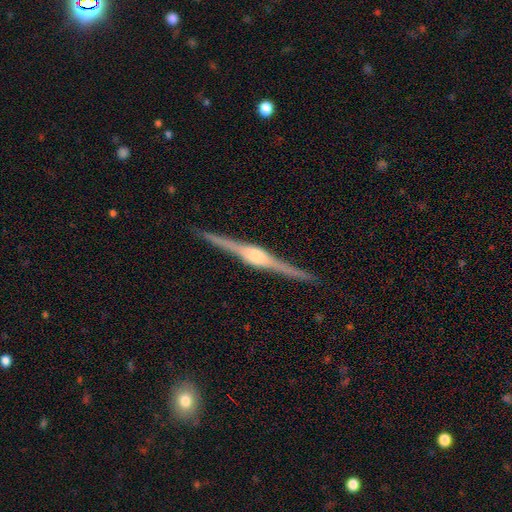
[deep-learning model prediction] smooth-or-featured: featured or disk: 89% | smooth: 7% | star or artifact: 5%
  disk-edge-on: yes: 99% | no: 1%
    edge-on-bulge: rounded: 80% | boxy: 17% | none: 4%
  merging: none: 91% | minor disturbance: 6% | major disturbance: 1% | merger: 1%